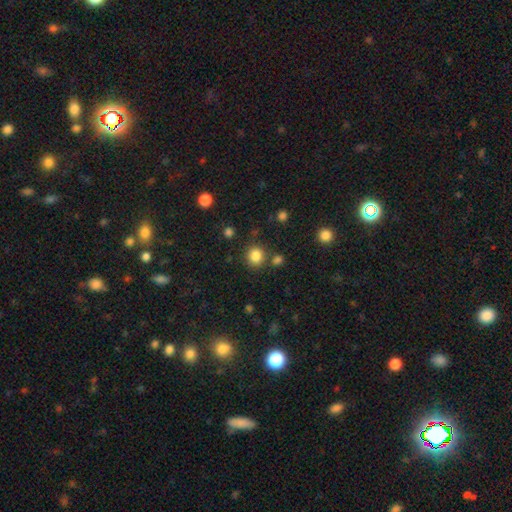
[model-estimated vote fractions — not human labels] Smooth or featured? smooth (84%)
How rounded? round (88%)
Merging? none (82%)